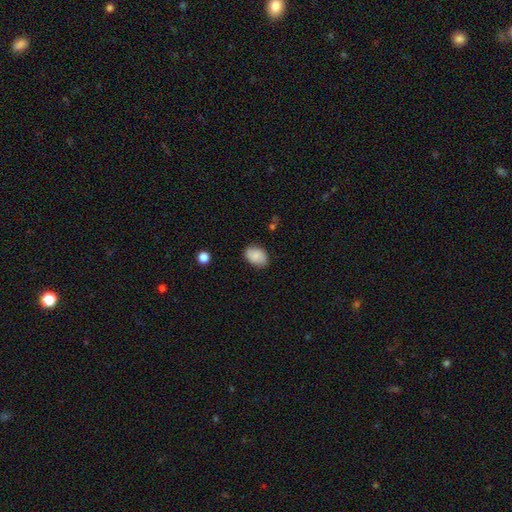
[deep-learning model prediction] smooth-or-featured: smooth: 82% | featured or disk: 11% | star or artifact: 7%
  how-rounded: in between: 79% | round: 20% | cigar-shaped: 1%
  merging: none: 82% | minor disturbance: 14% | major disturbance: 3% | merger: 1%